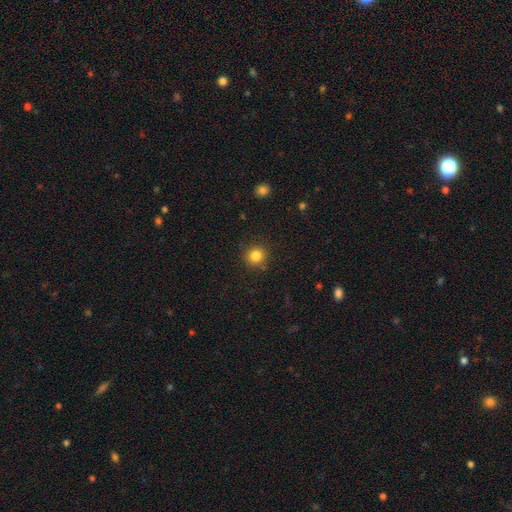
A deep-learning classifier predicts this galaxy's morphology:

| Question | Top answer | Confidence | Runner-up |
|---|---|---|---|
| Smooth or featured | smooth | 83% | star or artifact (12%) |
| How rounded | round | 93% | in between (6%) |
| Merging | none | 89% | minor disturbance (8%) |